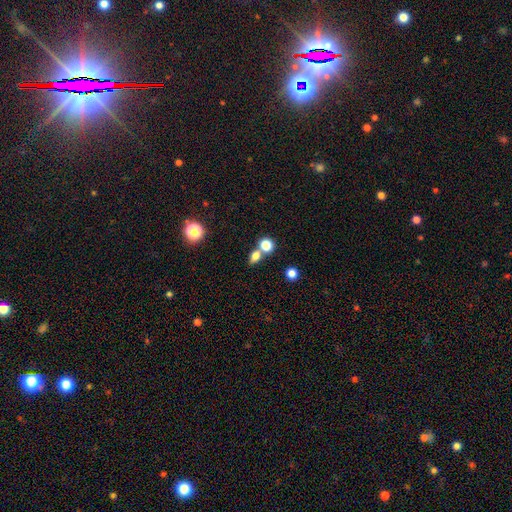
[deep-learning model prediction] Smooth or featured: smooth — 74% (star or artifact — 15%)
How rounded: in between — 53% (round — 43%)
Merging: none — 51% (merger — 36%)